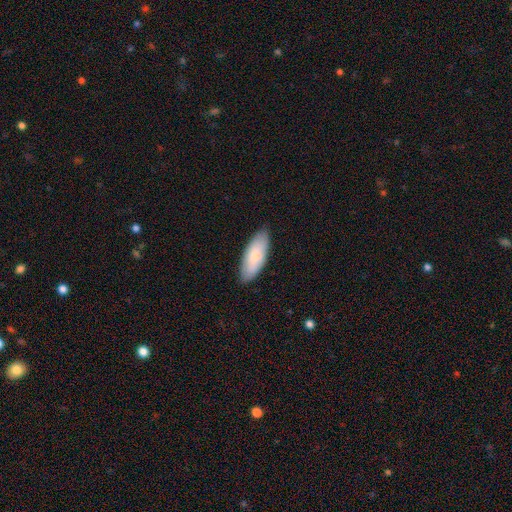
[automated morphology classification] Smooth or featured? Predicted: smooth (p=0.80). How rounded? Predicted: in between (p=0.76). Merging? Predicted: none (p=0.84).